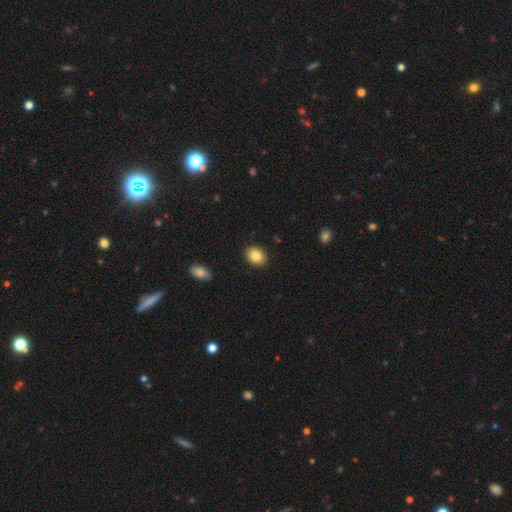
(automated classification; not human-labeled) This appears to be a smooth galaxy with no disk features (84%) that is in between round and cigar-shaped (51%). Merging: none (90%).